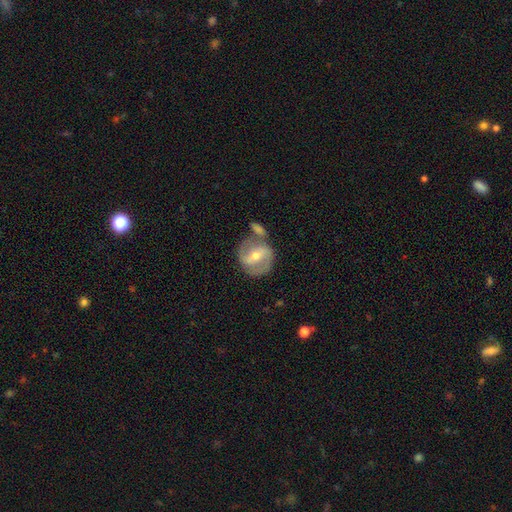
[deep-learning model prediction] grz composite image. It shows a featured or disk galaxy (74%) with a strong bar (42%), 2 (84%) medium (49%) spiral arms (83%) and a moderate central bulge (54%). Merging: none (58%).